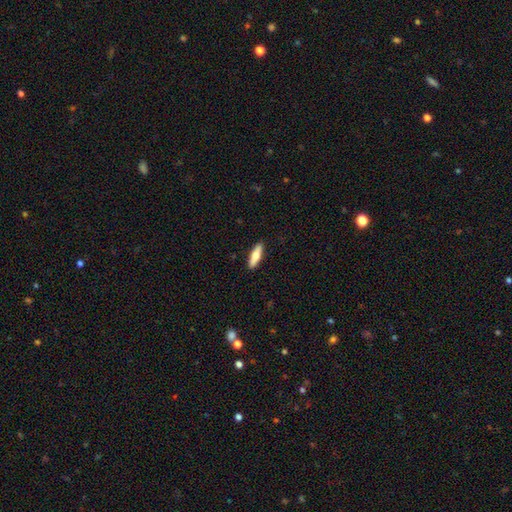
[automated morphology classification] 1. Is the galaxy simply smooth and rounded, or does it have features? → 66% smooth, 29% featured or disk, 5% star or artifact.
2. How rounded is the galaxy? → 61% cigar-shaped, 37% in between, 2% round.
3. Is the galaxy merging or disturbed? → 90% none, 7% minor disturbance, 2% major disturbance, 1% merger.